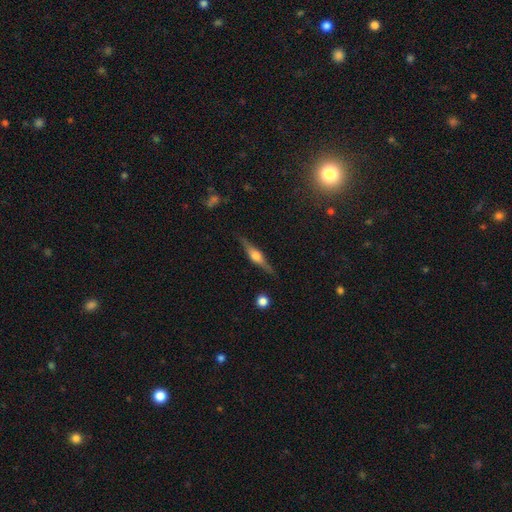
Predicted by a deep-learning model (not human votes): A featured or disk galaxy (77%) viewed edge-on (97%) with a rounded central bulge (90%).

Vote fractions:
- Smooth or featured? featured or disk: 77% / smooth: 17% / star or artifact: 6%
- Edge-on disk? yes: 97% / no: 3%
- Edge-on bulge? rounded: 90% / boxy: 8% / none: 2%
- Merging? none: 87% / minor disturbance: 9% / major disturbance: 2% / merger: 2%